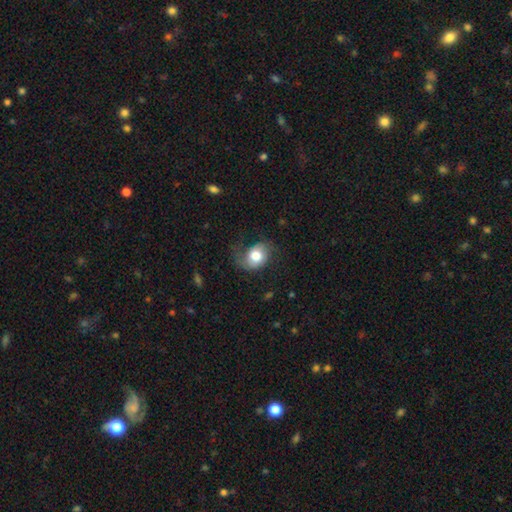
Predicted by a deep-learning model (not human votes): This is likely a smooth galaxy (62%). How rounded: possibly in between (55%). Merging: possibly none (49%).